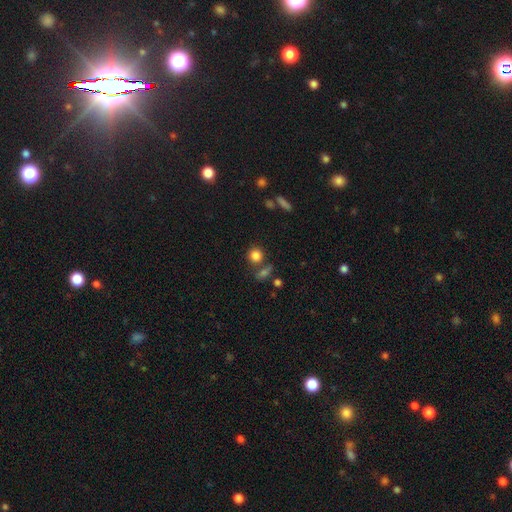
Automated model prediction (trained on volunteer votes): Smooth or featured? Predicted: smooth (p=0.82). How rounded? Predicted: round (p=0.86). Merging? Predicted: none (p=0.68).